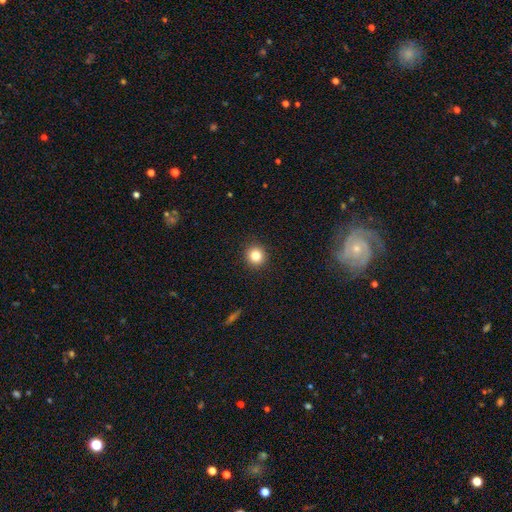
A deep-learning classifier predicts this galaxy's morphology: Q: Smooth or featured?
A: smooth (83%); runner-up: star or artifact (11%)
Q: How rounded?
A: round (93%); runner-up: in between (6%)
Q: Merging?
A: none (93%); runner-up: minor disturbance (5%)